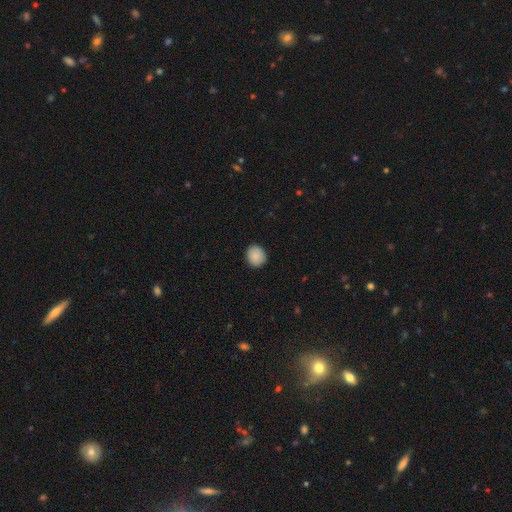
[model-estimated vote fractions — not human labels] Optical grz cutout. It shows a smooth galaxy with no disk features (89%) that is round (85%). Merging: none (91%).